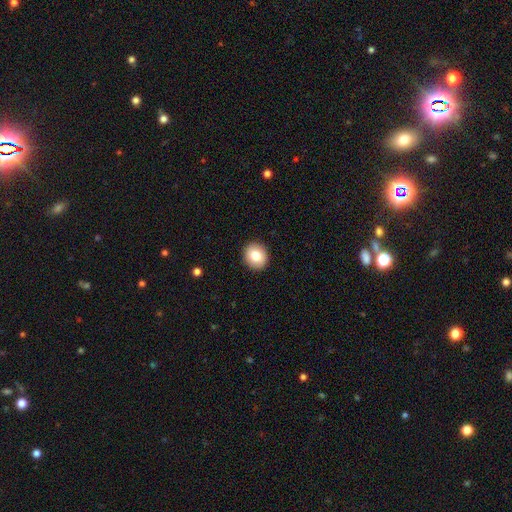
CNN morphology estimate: Q: Smooth or featured?
A: smooth (79%); runner-up: featured or disk (12%)
Q: How rounded?
A: round (78%); runner-up: in between (22%)
Q: Merging?
A: none (92%); runner-up: minor disturbance (6%)